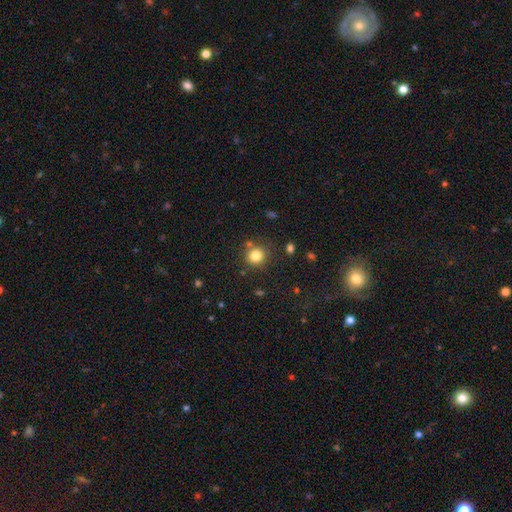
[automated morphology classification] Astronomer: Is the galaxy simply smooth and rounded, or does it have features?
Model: smooth — 82%.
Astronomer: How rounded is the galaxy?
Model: round — 91%.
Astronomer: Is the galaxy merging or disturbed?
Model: none — 81%.